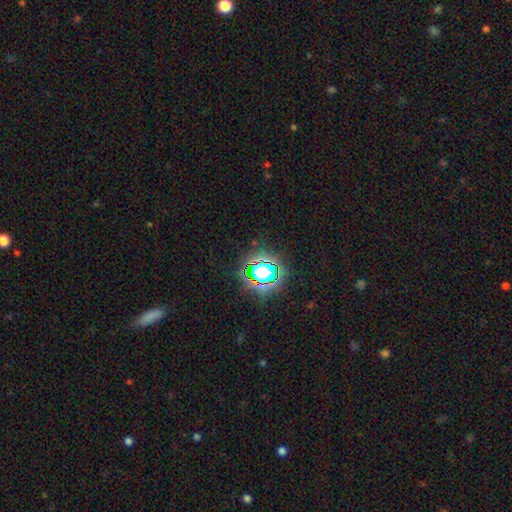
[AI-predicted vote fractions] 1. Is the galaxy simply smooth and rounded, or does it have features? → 75% star or artifact, 15% smooth, 9% featured or disk.